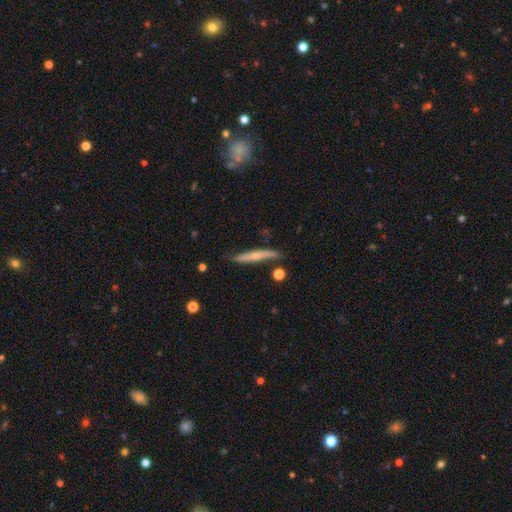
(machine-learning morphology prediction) A featured or disk galaxy (51%) viewed edge-on (92%). Merging: none (81%).